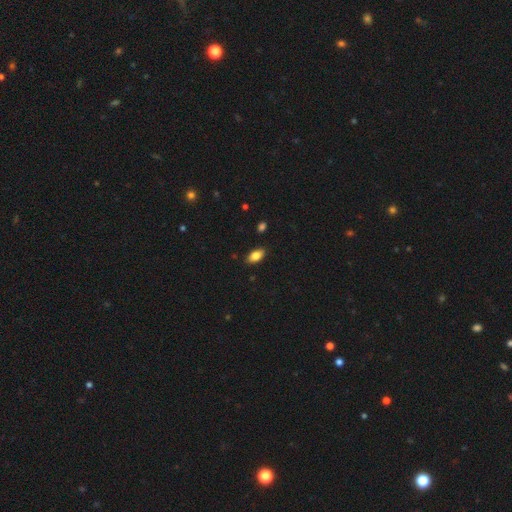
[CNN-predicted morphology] The model was most divided on "smooth or featured": smooth: 81%, featured or disk: 11%, star or artifact: 8%. More confident: how rounded — in between (91%); merging — none (88%).